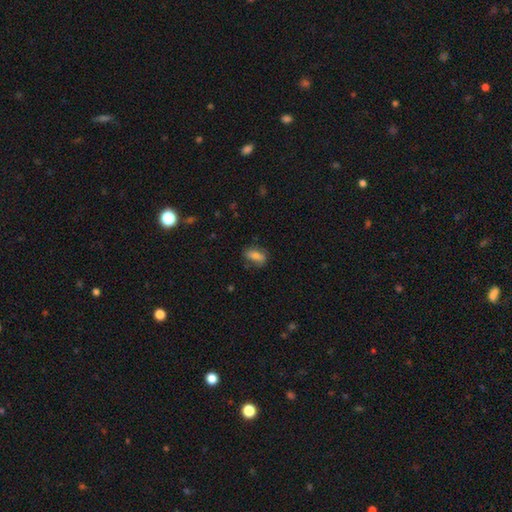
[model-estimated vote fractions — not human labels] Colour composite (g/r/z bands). It shows a smooth galaxy with no disk features (79%) that is in between round and cigar-shaped (81%). Merging: none (71%).